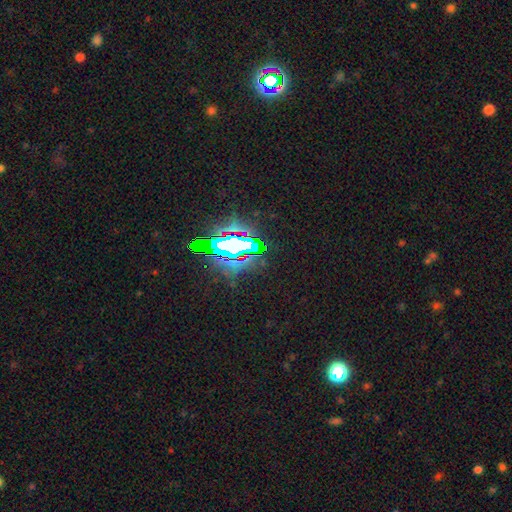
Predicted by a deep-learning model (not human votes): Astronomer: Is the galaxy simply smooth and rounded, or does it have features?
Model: star or artifact — 80%.